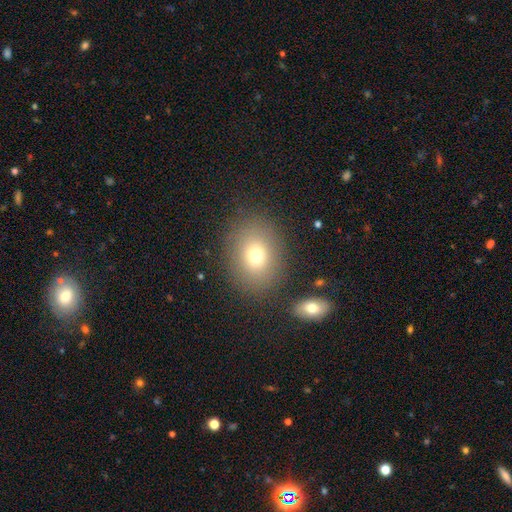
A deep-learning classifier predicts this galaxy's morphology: smooth-or-featured: smooth: 73% | star or artifact: 14% | featured or disk: 13%
  how-rounded: in between: 53% | round: 46% | cigar-shaped: 1%
  merging: none: 82% | minor disturbance: 10% | major disturbance: 4% | merger: 4%